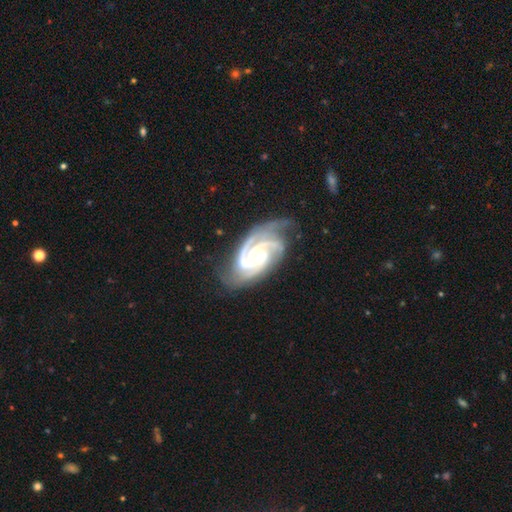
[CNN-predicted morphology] A featured or disk galaxy (94%) with no bar (66%), 3 (61%) tight (65%) spiral arms (99%) and a small central bulge (56%). Merging: none (70%).